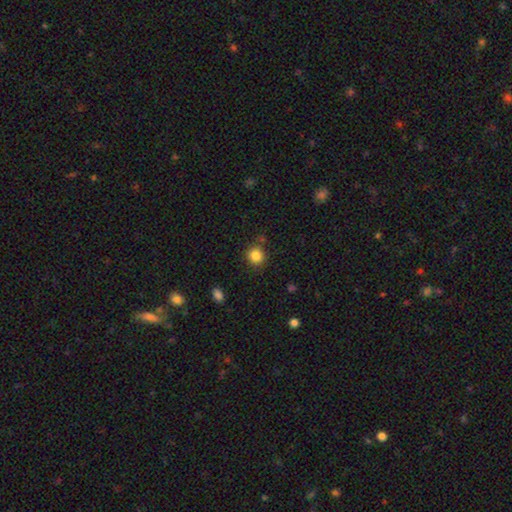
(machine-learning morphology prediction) Q: Smooth or featured?
A: smooth (84%); runner-up: star or artifact (11%)
Q: How rounded?
A: round (89%); runner-up: in between (10%)
Q: Merging?
A: none (84%); runner-up: minor disturbance (9%)